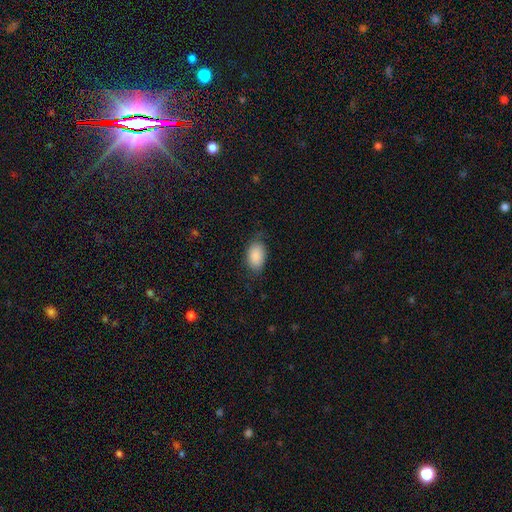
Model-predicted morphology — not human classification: Smooth or featured? smooth (88%)
How rounded? in between (92%)
Merging? none (72%)